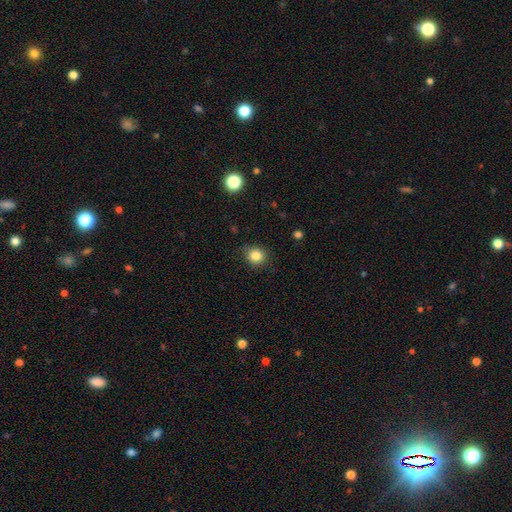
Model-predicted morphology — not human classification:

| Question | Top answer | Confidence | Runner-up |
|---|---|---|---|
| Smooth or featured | smooth | 84% | star or artifact (11%) |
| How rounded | round | 81% | in between (18%) |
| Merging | none | 83% | minor disturbance (13%) |